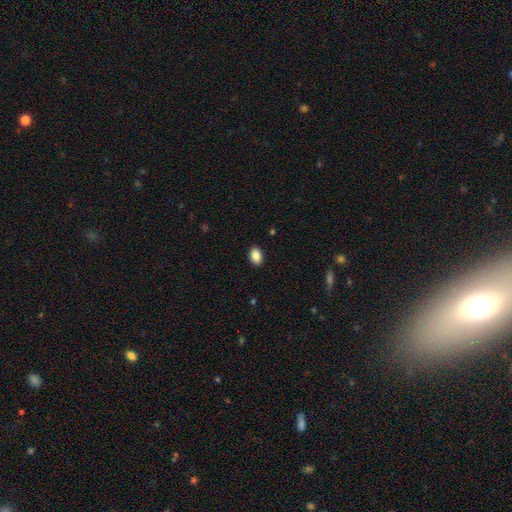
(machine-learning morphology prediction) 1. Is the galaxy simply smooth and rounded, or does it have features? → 88% smooth, 8% star or artifact, 4% featured or disk.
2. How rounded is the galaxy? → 84% in between, 15% round, 1% cigar-shaped.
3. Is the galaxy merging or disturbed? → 90% none, 7% minor disturbance, 2% major disturbance, 1% merger.